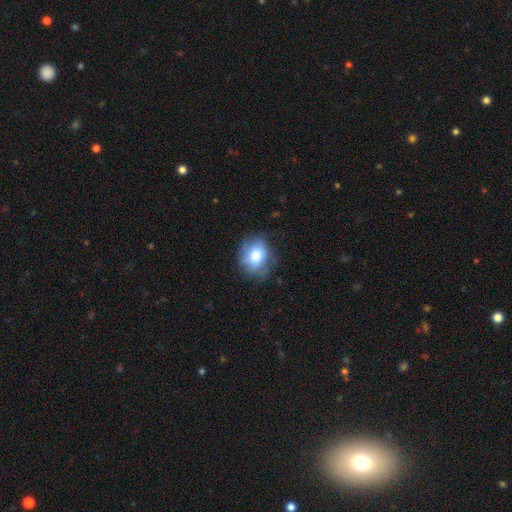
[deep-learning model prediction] The model was most divided on "how rounded": round: 55%, in between: 44%, cigar-shaped: 1%. More confident: smooth or featured — smooth (64%); merging — none (64%).